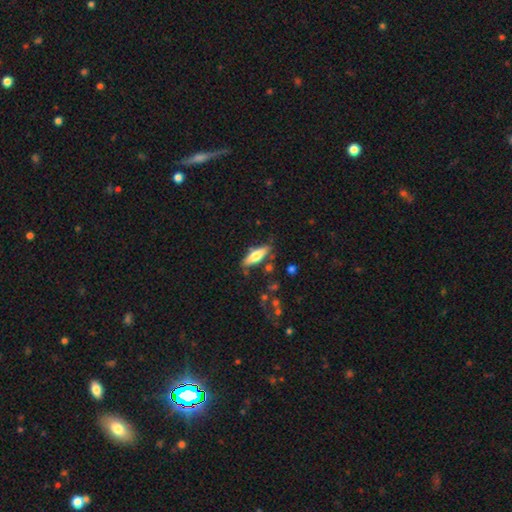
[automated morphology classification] This is possibly a smooth galaxy (57%). How rounded: possibly cigar-shaped (50%). Merging: likely none (80%).